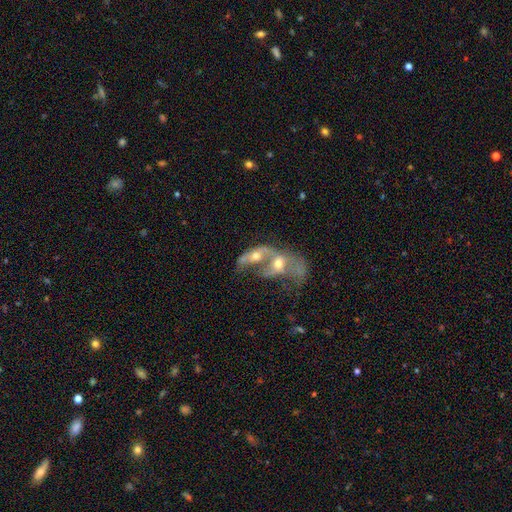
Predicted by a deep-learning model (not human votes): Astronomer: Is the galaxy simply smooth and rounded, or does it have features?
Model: featured or disk — 58%.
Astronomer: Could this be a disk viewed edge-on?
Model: no — 93%.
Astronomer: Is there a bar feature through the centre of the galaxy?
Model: no — 73%.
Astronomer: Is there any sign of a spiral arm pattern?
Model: no — 54% (runner-up: yes, 46%).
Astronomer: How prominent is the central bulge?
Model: moderate — 65%.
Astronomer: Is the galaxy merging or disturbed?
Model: merger — 81%.